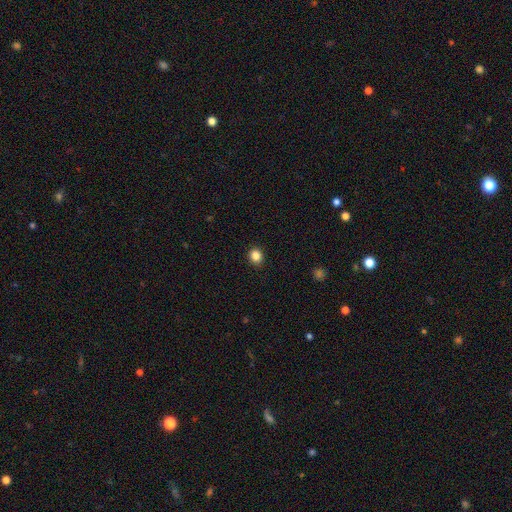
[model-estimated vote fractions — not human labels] The model was most divided on "how rounded": round: 72%, in between: 27%, cigar-shaped: 1%. More confident: merging — none (91%); smooth or featured — smooth (86%).